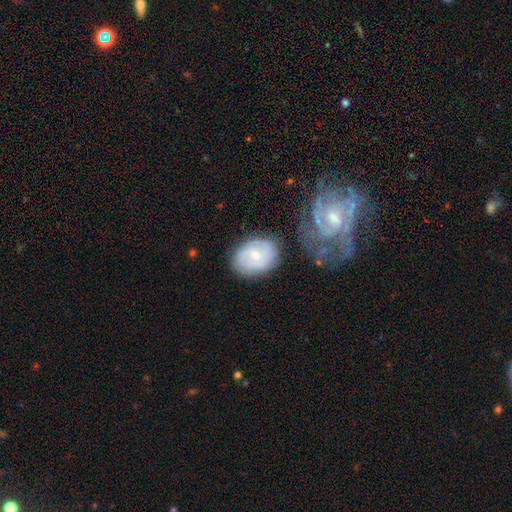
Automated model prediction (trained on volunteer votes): Smooth or featured? featured or disk (57%)
Edge-on disk? no (96%)
Bar? no (58%)
Spiral arms? yes (81%)
Bulge size? small (58%)
Merging? none (69%)